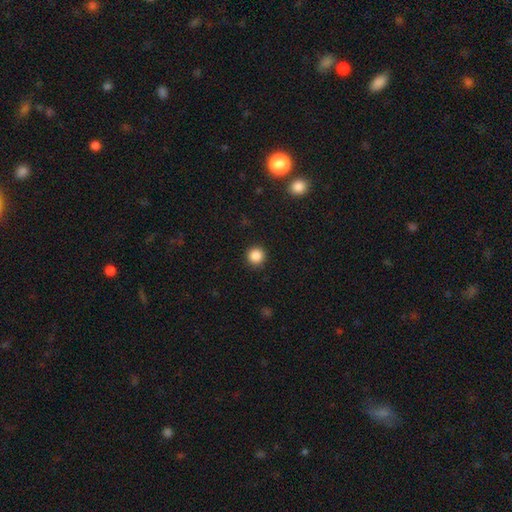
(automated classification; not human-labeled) Smooth or featured: smooth — 87% (star or artifact — 10%)
How rounded: round — 95% (in between — 4%)
Merging: none — 92% (minor disturbance — 5%)